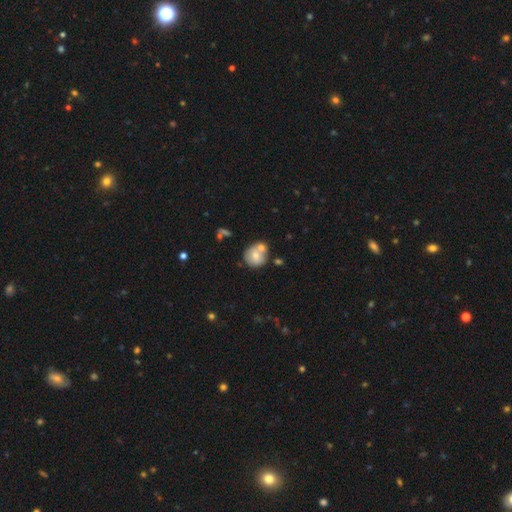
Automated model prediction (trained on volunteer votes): smooth-or-featured: smooth: 67% | featured or disk: 24% | star or artifact: 9%
  how-rounded: round: 84% | in between: 15% | cigar-shaped: 1%
  merging: none: 47% | merger: 37% | minor disturbance: 12% | major disturbance: 4%